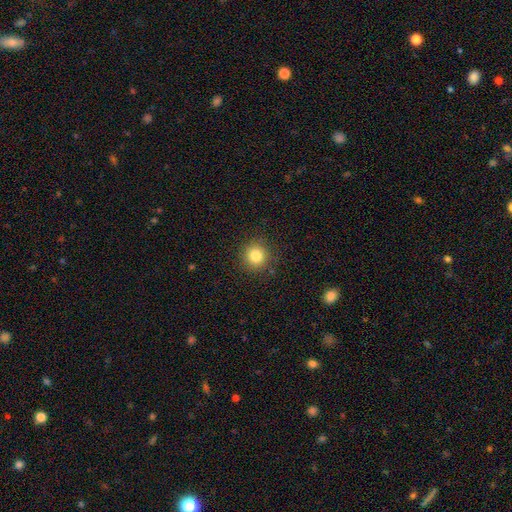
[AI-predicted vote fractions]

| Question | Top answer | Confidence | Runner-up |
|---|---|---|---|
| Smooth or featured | smooth | 83% | star or artifact (11%) |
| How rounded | round | 92% | in between (8%) |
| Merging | none | 90% | minor disturbance (7%) |